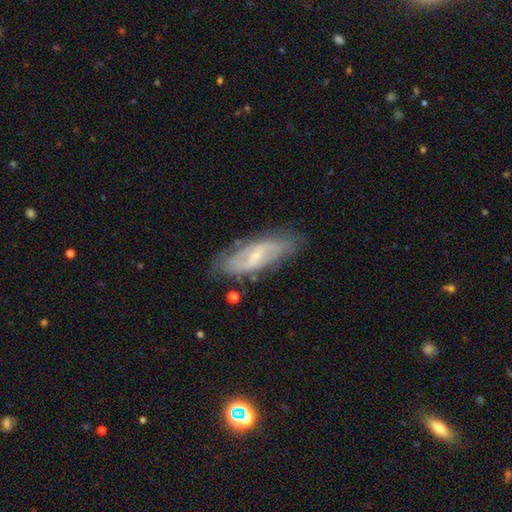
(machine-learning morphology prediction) This is likely a featured or disk galaxy (74%). It is clearly not viewed edge-on (86%). Bar: possibly weak (46%). Spiral arm pattern: clearly yes (83%). Spiral arm count: likely 2 (72%). Spiral winding: marginally medium (40%). Central bulge: likely small (75%). Merging: likely none (75%).